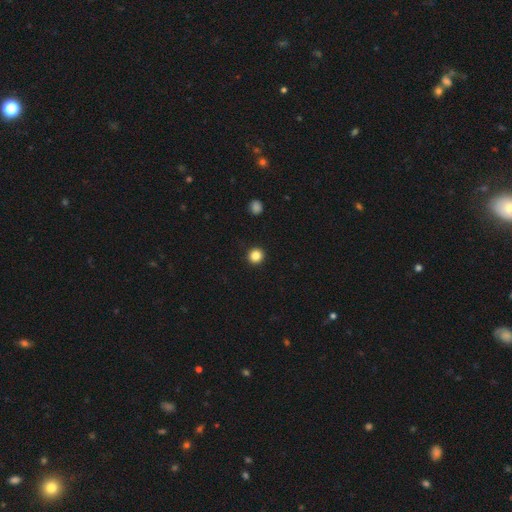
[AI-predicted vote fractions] Smooth or featured? Predicted: smooth (p=0.85). How rounded? Predicted: round (p=0.95). Merging? Predicted: none (p=0.94).